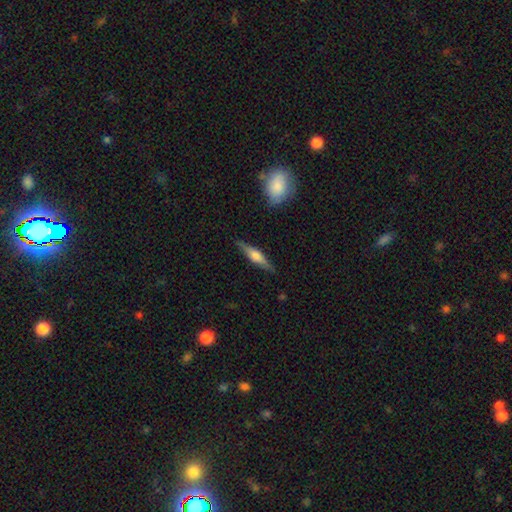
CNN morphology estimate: The model was most divided on "smooth or featured": featured or disk: 62%, smooth: 33%, star or artifact: 6%. More confident: edge-on disk — yes (96%); merging — none (87%); edge-on bulge — rounded (84%).